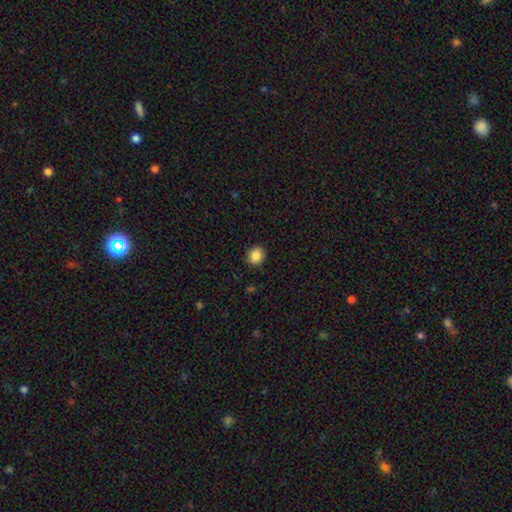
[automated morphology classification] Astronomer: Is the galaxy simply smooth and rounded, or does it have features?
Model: smooth — 87%.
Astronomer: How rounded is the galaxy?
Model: round — 84%.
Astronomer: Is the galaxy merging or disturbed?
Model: none — 91%.